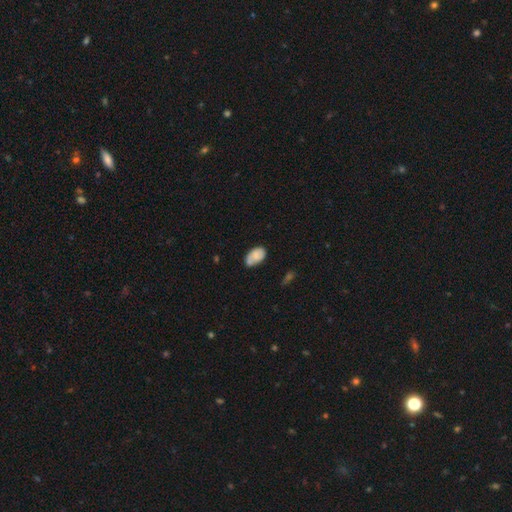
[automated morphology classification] Smooth or featured? smooth (71%)
How rounded? in between (92%)
Merging? none (57%)